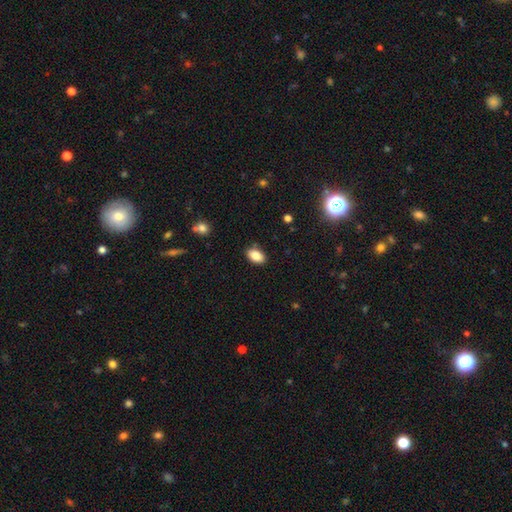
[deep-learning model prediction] Smooth or featured? Predicted: smooth (p=0.86). How rounded? Predicted: in between (p=0.90). Merging? Predicted: none (p=0.85).